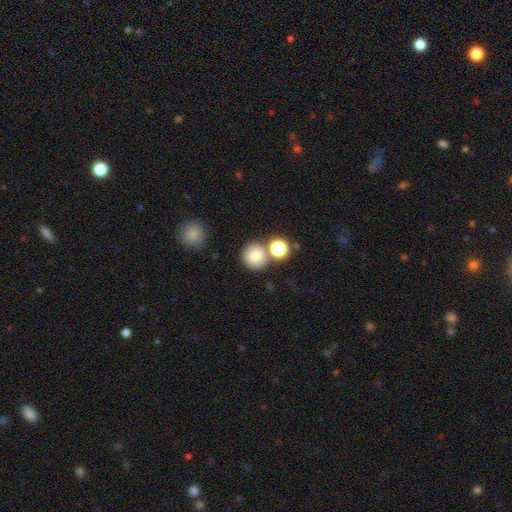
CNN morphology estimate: Smooth or featured: smooth — 78% (star or artifact — 12%)
How rounded: round — 92% (in between — 7%)
Merging: none — 70% (merger — 18%)